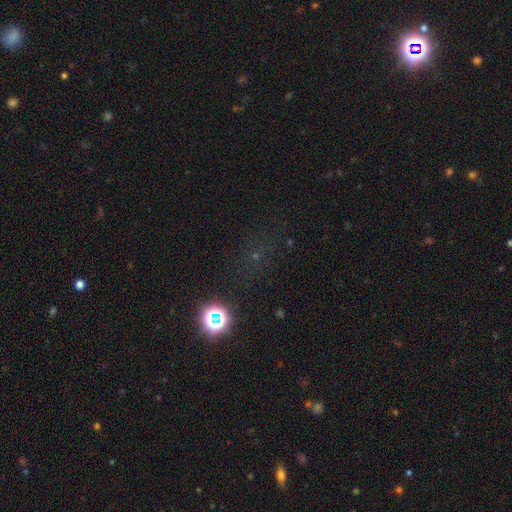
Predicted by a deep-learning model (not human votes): A star or artifact, not a galaxy (58%).